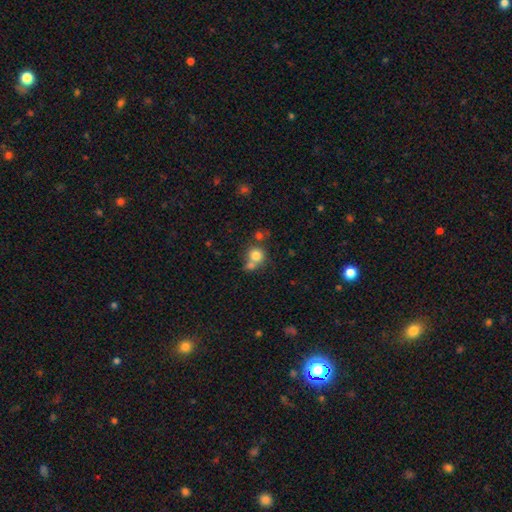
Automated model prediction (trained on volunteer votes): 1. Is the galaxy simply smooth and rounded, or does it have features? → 78% smooth, 11% star or artifact, 11% featured or disk.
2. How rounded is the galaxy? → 87% round, 12% in between, 1% cigar-shaped.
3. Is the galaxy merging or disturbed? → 47% none, 40% merger, 9% minor disturbance, 4% major disturbance.